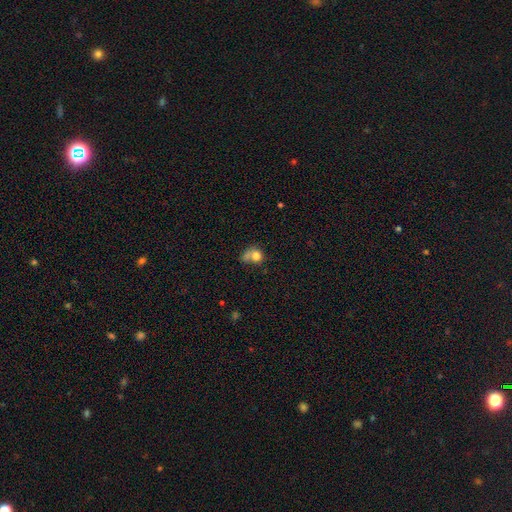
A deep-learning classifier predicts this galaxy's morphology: The model was most divided on "merging" (2-way tie): merger: 33%, none: 33%, minor disturbance: 18%, major disturbance: 16%. More confident: smooth or featured — smooth (75%); how rounded — round (71%).